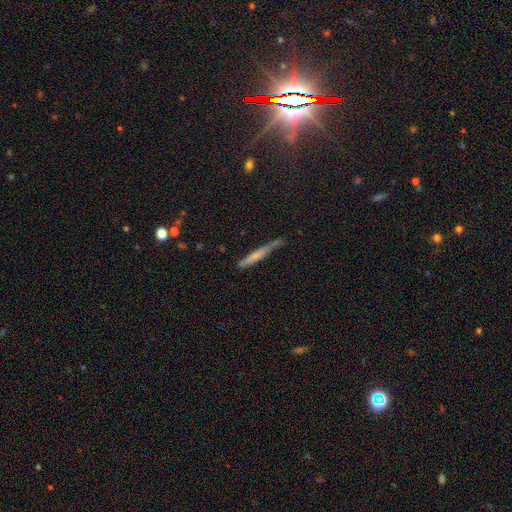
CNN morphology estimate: A smooth galaxy with no disk features (58%) that is cigar-shaped (95%). Merging: none (67%).